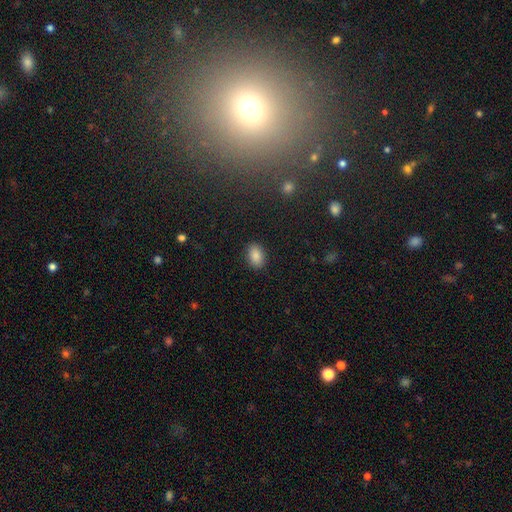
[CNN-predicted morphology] Smooth or featured?
  - smooth: 87% *
  - star or artifact: 9%
  - featured or disk: 5%
How rounded?
  - in between: 84% *
  - round: 15%
  - cigar-shaped: 1%
Merging?
  - none: 88% *
  - minor disturbance: 9%
  - major disturbance: 3%
  - merger: 1%